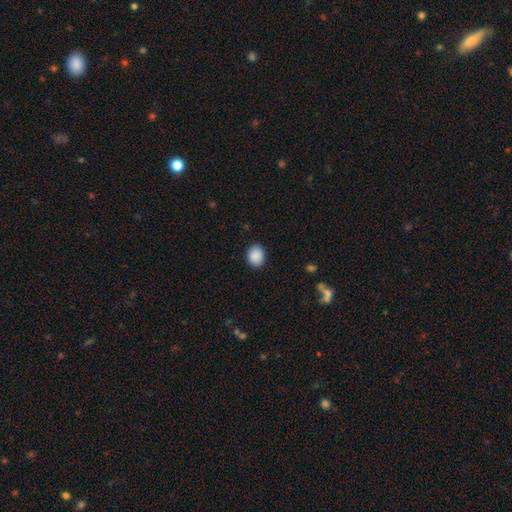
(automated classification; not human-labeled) This is clearly a smooth galaxy (90%). How rounded: possibly round (55%). Merging: clearly none (89%).